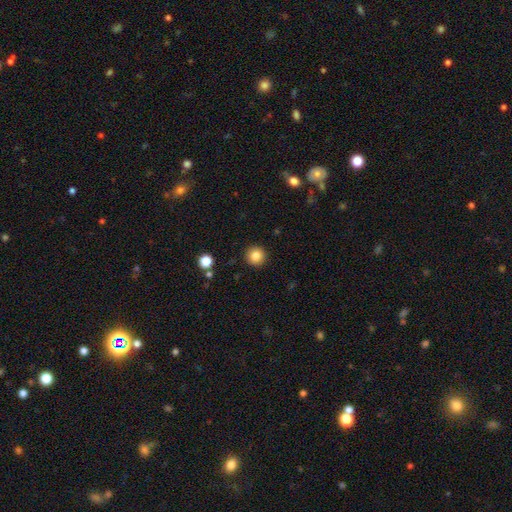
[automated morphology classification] smooth_or_featured: smooth (p=0.84) [alt: star or artifact p=0.10]
how_rounded: round (p=0.95) [alt: in between p=0.04]
merging: none (p=0.92) [alt: minor disturbance p=0.05]